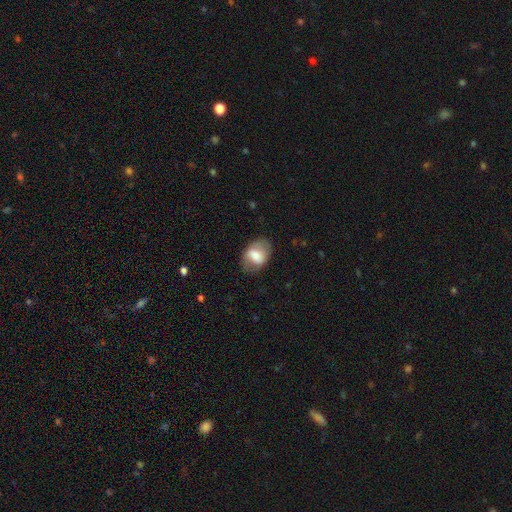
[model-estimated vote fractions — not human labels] The model was most divided on "smooth or featured": smooth: 63%, featured or disk: 30%, star or artifact: 7%. More confident: how rounded — in between (78%); merging — none (70%).